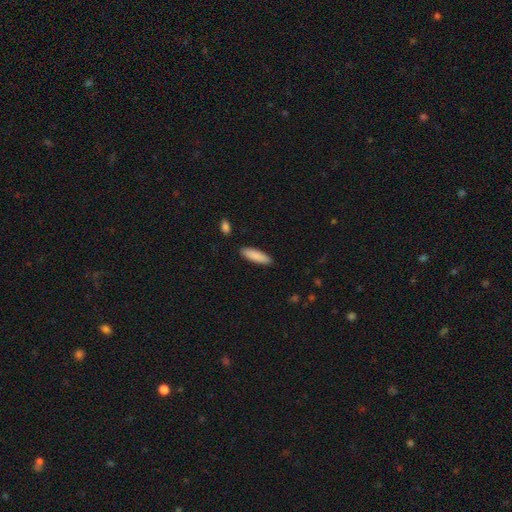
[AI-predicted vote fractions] A smooth galaxy with no disk features (88%) that is cigar-shaped (57%). Merging: none (89%).